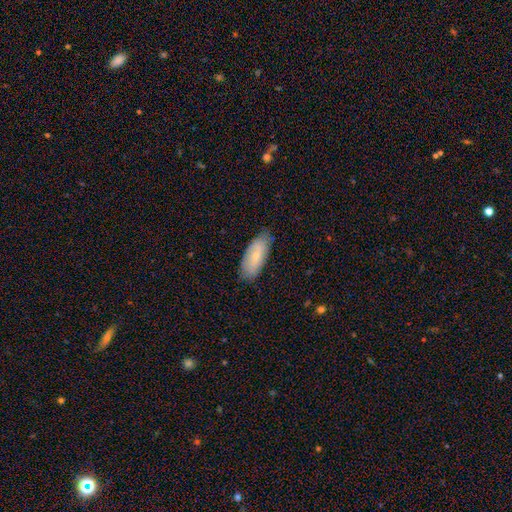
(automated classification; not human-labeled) This appears to be a smooth galaxy with no disk features (68%) that is in between round and cigar-shaped (81%). Merging: none (82%).